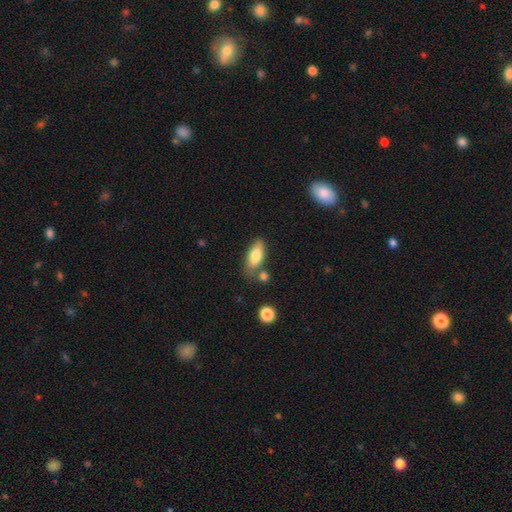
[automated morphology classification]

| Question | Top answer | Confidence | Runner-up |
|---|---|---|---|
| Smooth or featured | smooth | 78% | featured or disk (15%) |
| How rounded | in between | 80% | cigar-shaped (17%) |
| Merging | none | 65% | minor disturbance (17%) |